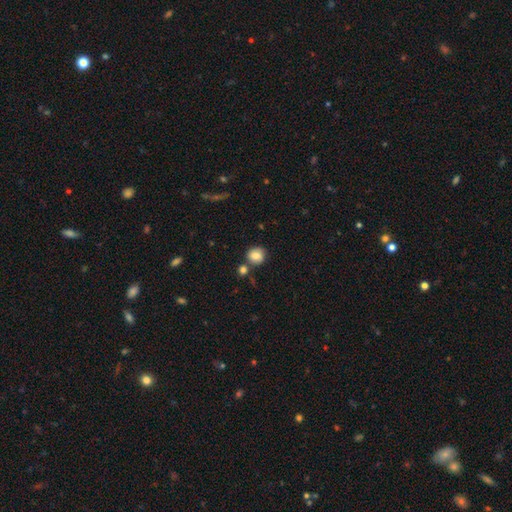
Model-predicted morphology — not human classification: This appears to be a smooth galaxy with no disk features (79%) that is round (84%). Merging: none (71%).